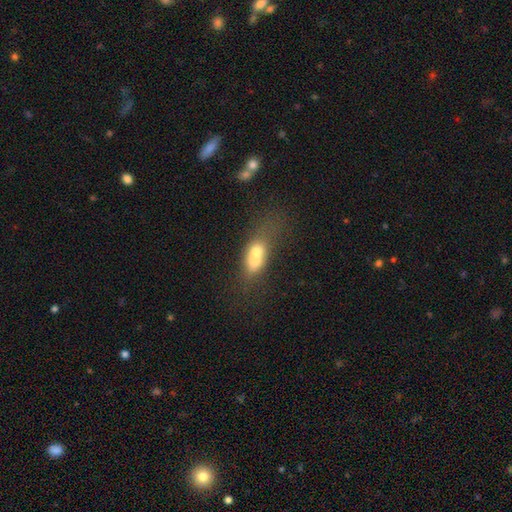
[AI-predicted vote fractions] Smooth or featured? Predicted: smooth (p=0.60). How rounded? Predicted: in between (p=0.62). Merging? Predicted: merger (p=0.71).